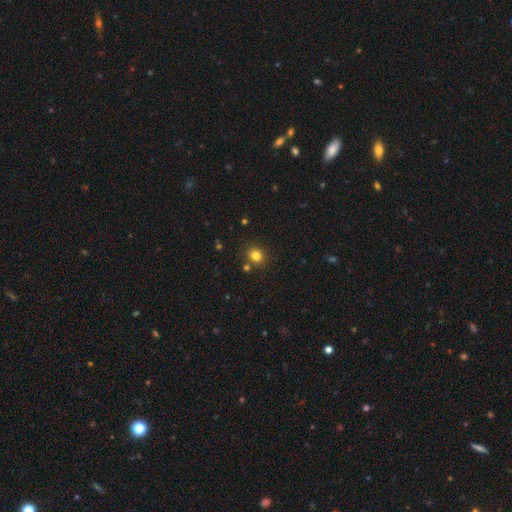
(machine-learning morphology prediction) The model was most divided on "how rounded": round: 80%, in between: 19%, cigar-shaped: 1%. More confident: merging — none (83%); smooth or featured — smooth (80%).